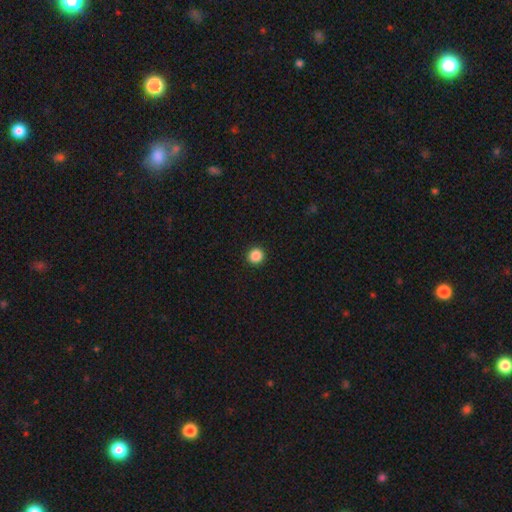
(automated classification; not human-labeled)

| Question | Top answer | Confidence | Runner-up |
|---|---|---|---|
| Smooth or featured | smooth | 87% | star or artifact (10%) |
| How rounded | round | 95% | in between (4%) |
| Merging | none | 94% | minor disturbance (4%) |